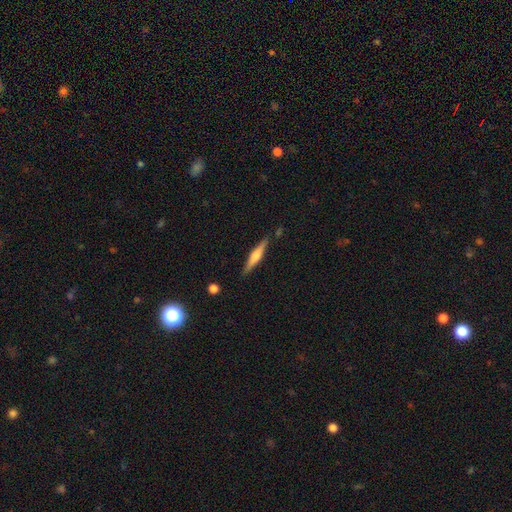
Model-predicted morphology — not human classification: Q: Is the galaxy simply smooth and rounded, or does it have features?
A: featured or disk — 60%.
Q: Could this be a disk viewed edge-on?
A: yes — 97%.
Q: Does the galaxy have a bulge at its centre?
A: rounded — 78%.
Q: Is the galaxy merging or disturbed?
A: none — 87%.